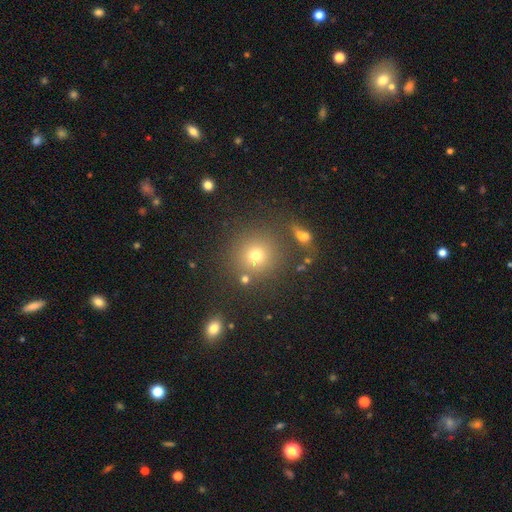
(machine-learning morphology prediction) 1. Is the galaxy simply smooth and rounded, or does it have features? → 70% smooth, 20% star or artifact, 11% featured or disk.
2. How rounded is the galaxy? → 92% round, 7% in between, 1% cigar-shaped.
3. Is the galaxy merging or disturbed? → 80% none, 9% minor disturbance, 7% merger, 4% major disturbance.